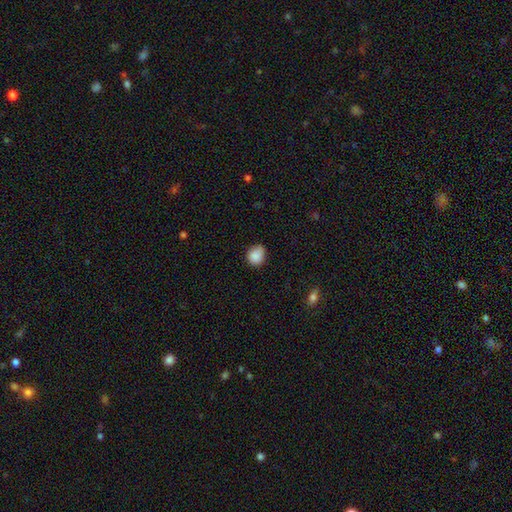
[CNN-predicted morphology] This is clearly a smooth galaxy (87%). How rounded: likely round (67%). Merging: likely none (65%).